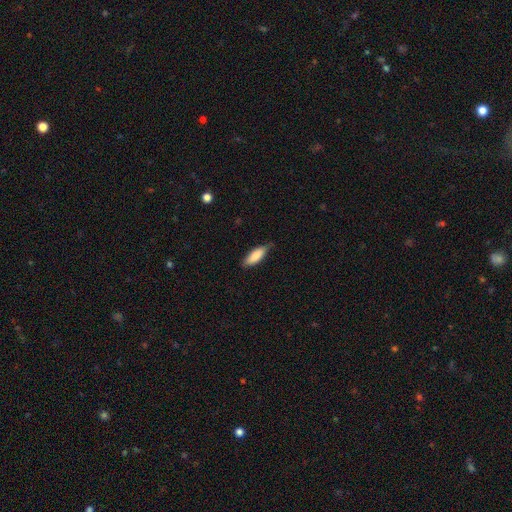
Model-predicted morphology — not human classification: Smooth or featured?
  - smooth: 83% *
  - featured or disk: 12%
  - star or artifact: 6%
How rounded?
  - in between: 65% *
  - cigar-shaped: 33%
  - round: 2%
Merging?
  - none: 71% *
  - minor disturbance: 24%
  - major disturbance: 4%
  - merger: 1%